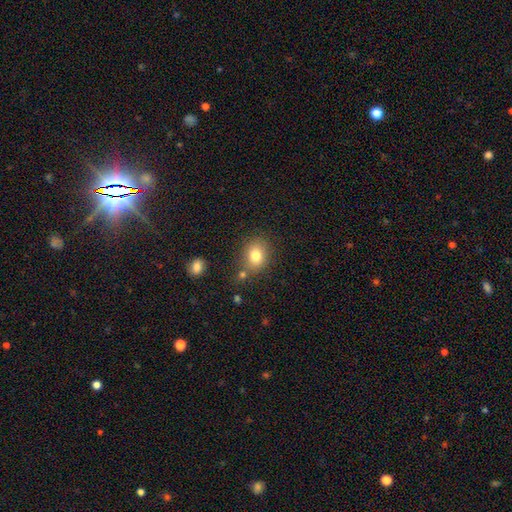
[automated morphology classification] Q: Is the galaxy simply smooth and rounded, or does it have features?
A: smooth — 79%.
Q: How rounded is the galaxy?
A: round — 51%.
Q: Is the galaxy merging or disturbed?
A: none — 69%.